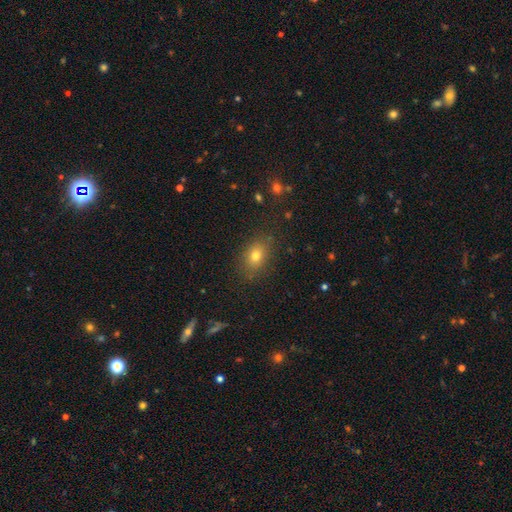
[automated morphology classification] Overall: smooth (75%). How rounded: in between (73%). Merging: none (83%).